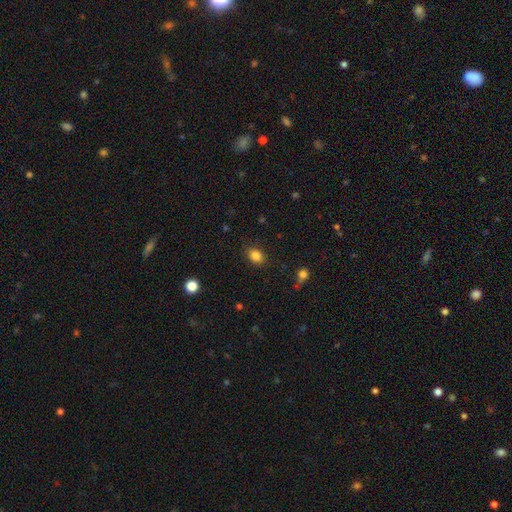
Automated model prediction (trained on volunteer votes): This appears to be a smooth galaxy with no disk features (84%) that is in between round and cigar-shaped (58%). Merging: none (85%).